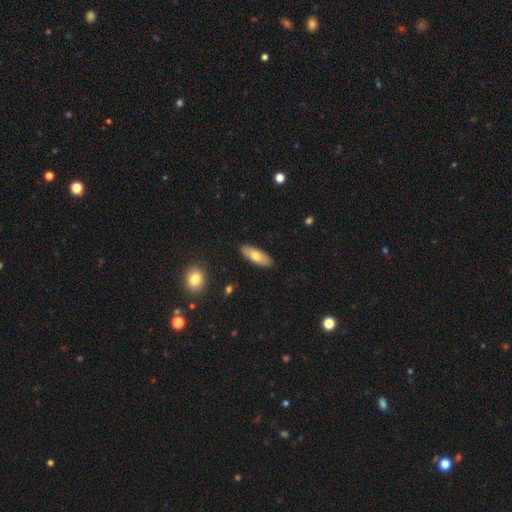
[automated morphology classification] A smooth galaxy with no disk features (69%) that is in between round and cigar-shaped (70%). Merging: none (89%).